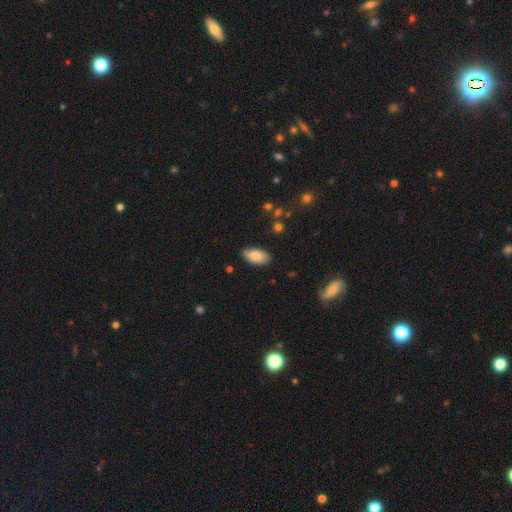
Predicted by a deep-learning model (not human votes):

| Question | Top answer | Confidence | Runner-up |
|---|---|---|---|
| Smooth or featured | smooth | 82% | featured or disk (12%) |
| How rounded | in between | 93% | cigar-shaped (4%) |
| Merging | none | 82% | minor disturbance (14%) |